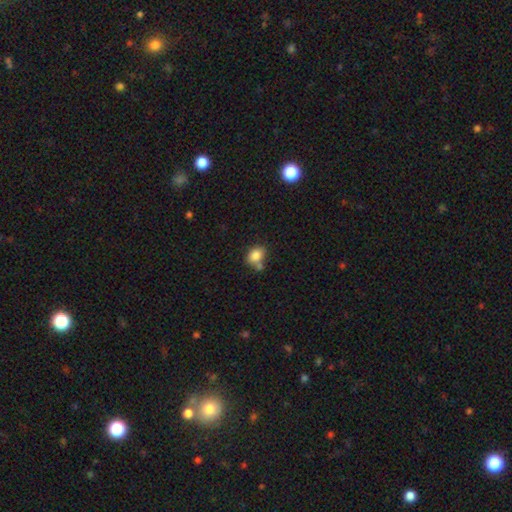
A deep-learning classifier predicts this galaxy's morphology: A smooth galaxy with no disk features (83%) that is in between round and cigar-shaped (63%). Merging: none (51%).